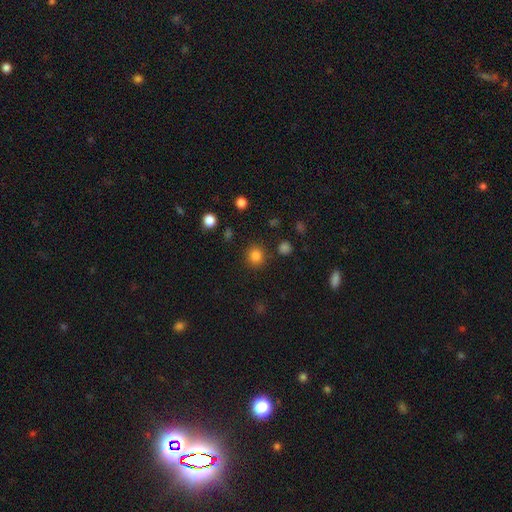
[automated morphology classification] smooth 82%, star or artifact 13%, featured or disk 5%. Down the decision tree: how rounded — round (90%); merging — none (87%).